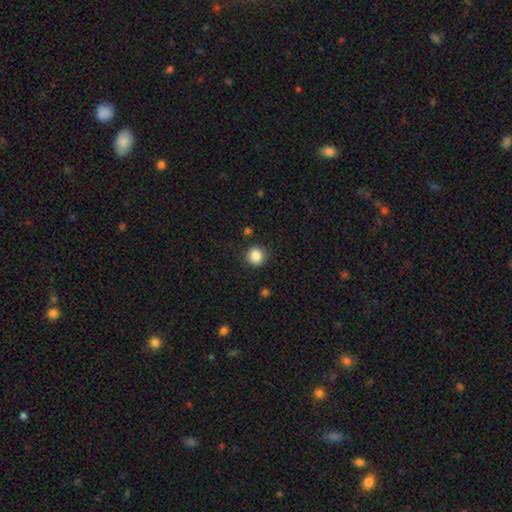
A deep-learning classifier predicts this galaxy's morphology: smooth 86%, star or artifact 10%, featured or disk 3%. Down the decision tree: how rounded — round (94%); merging — none (90%).